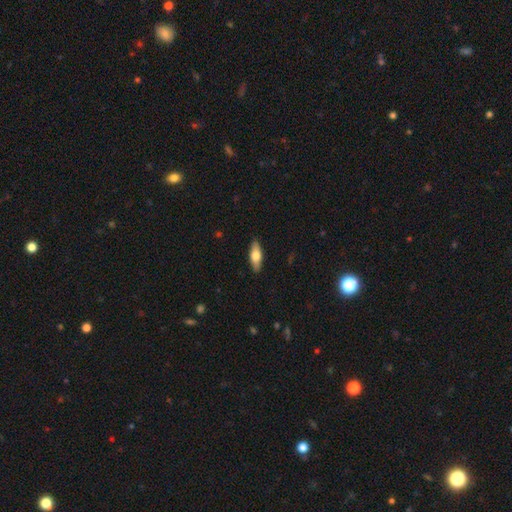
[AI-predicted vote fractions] Smooth or featured? smooth (65%)
How rounded? in between (65%)
Merging? none (89%)